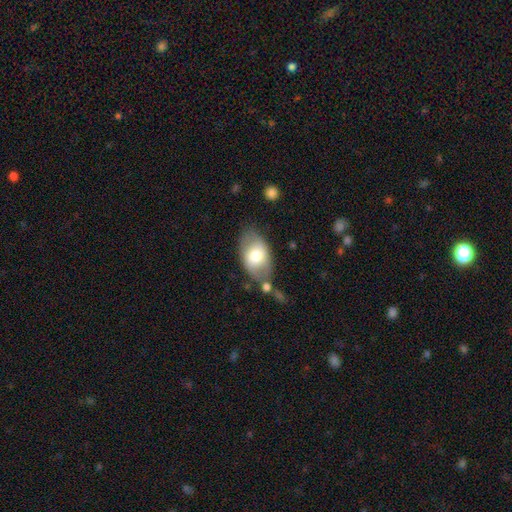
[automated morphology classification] type=smooth (68%); roundness=in between (91%); merging=none (64%).